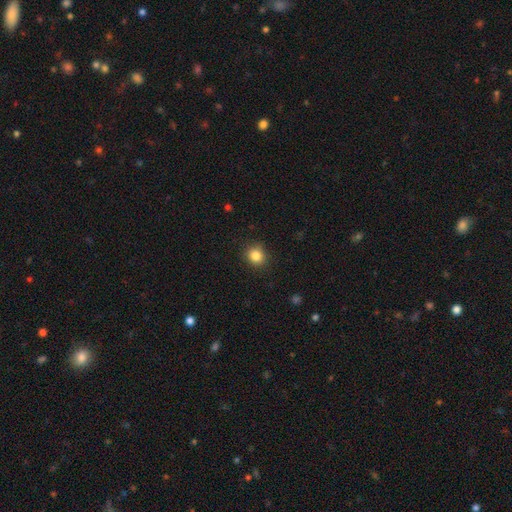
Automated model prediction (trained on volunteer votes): Overall: smooth (85%). How rounded: round (79%). Merging: none (87%).